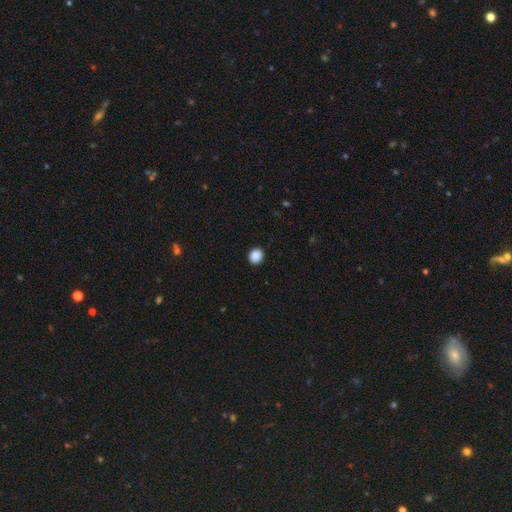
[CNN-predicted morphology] smooth 89%, star or artifact 9%, featured or disk 2%. Down the decision tree: how rounded — round (82%); merging — none (91%).